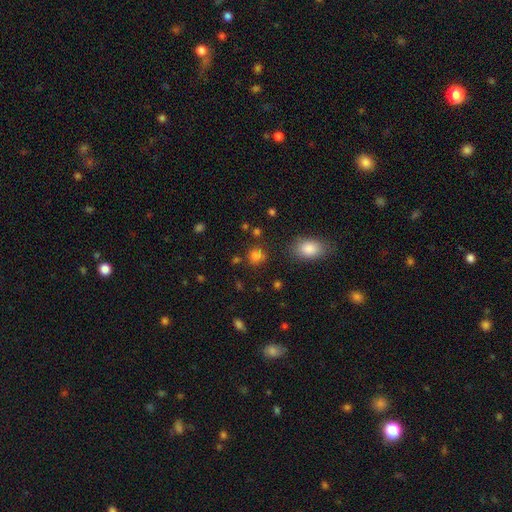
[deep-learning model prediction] Overall: smooth (79%). How rounded: round (82%). Merging: none (78%).